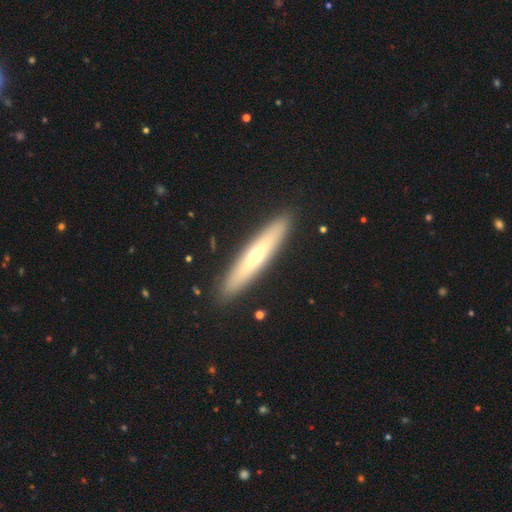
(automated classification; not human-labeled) A smooth galaxy with no disk features (48%).

Vote fractions:
- Smooth or featured? smooth: 48% / featured or disk: 46% / star or artifact: 6%
- Merging? none: 91% / minor disturbance: 6% / major disturbance: 2% / merger: 1%